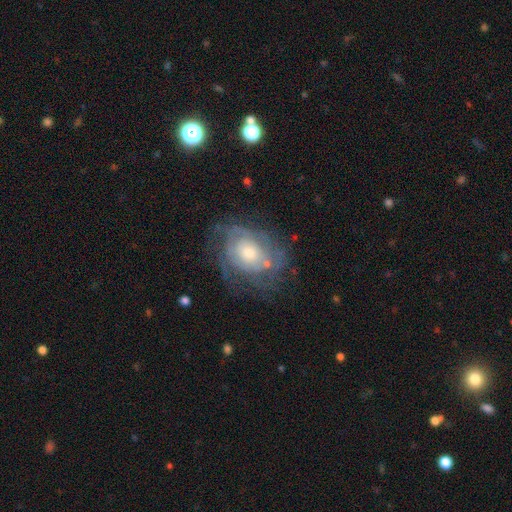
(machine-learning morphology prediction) A featured or disk galaxy (65%) with no bar (82%), spiral arms (65%) and a moderate central bulge (51%). Merging: none (52%).